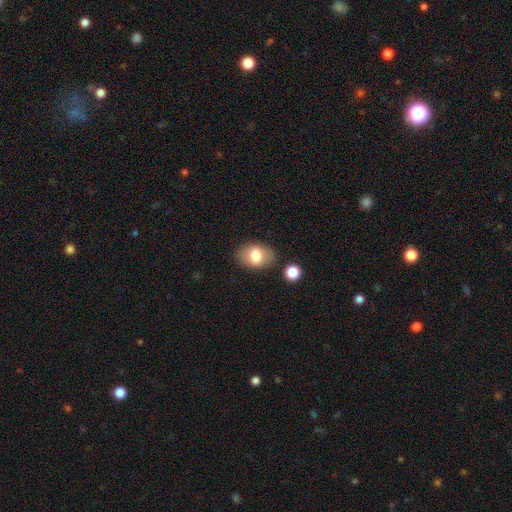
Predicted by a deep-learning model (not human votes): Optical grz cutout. It shows a smooth galaxy with no disk features (77%) that is in between round and cigar-shaped (81%). Merging: none (78%).